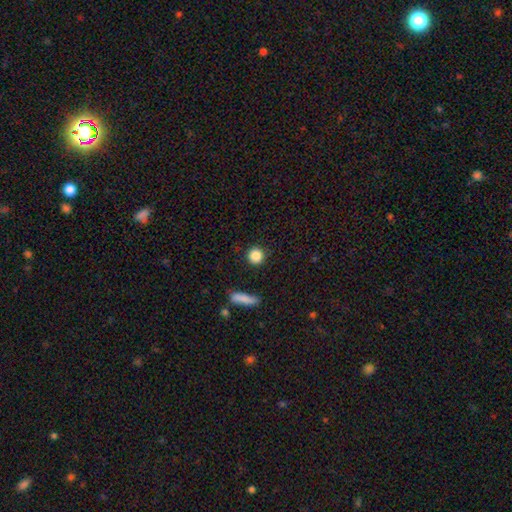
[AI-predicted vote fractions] smooth 86%, star or artifact 9%, featured or disk 5%. Down the decision tree: how rounded — round (92%); merging — none (89%).